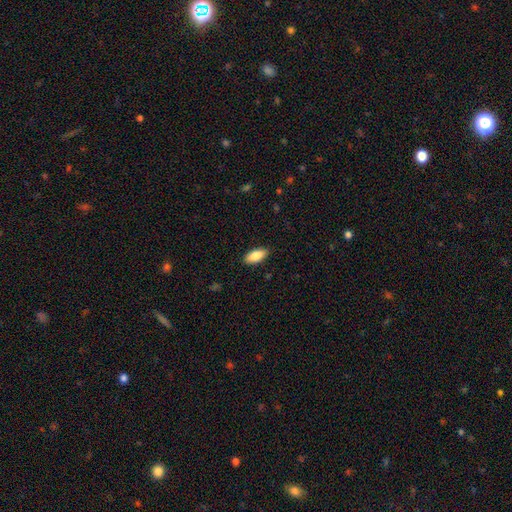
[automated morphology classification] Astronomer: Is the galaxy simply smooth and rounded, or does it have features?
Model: smooth — 86%.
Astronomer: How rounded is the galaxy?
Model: in between — 88%.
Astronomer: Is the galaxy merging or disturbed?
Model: none — 88%.